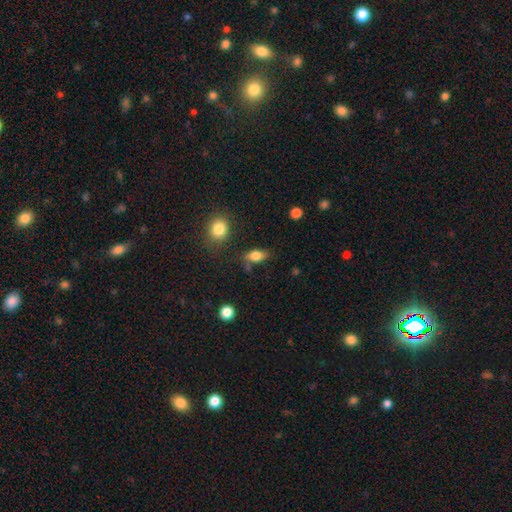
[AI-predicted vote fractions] Q: Smooth or featured?
A: smooth (80%); runner-up: featured or disk (11%)
Q: How rounded?
A: in between (84%); runner-up: round (10%)
Q: Merging?
A: none (64%); runner-up: minor disturbance (22%)